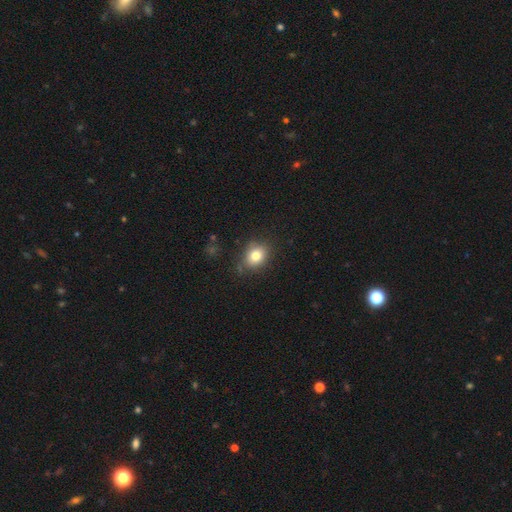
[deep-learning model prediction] Morphology: type=smooth (80%); roundness=in between (50%); merging=none (77%).